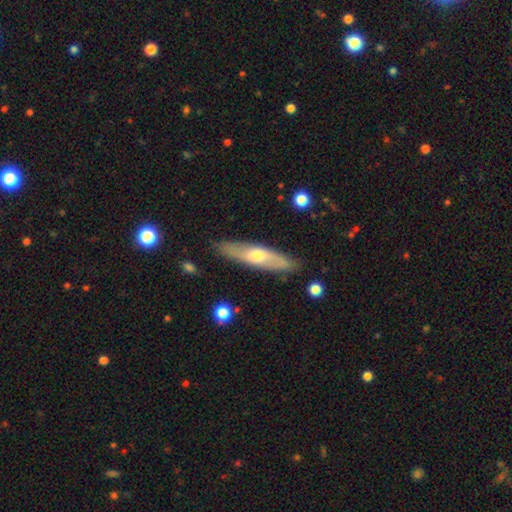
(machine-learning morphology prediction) Smooth or featured?
  - featured or disk: 56% *
  - smooth: 37%
  - star or artifact: 7%
Edge-on disk?
  - yes: 75% *
  - no: 25%
Merging?
  - none: 86% *
  - minor disturbance: 10%
  - major disturbance: 2%
  - merger: 2%